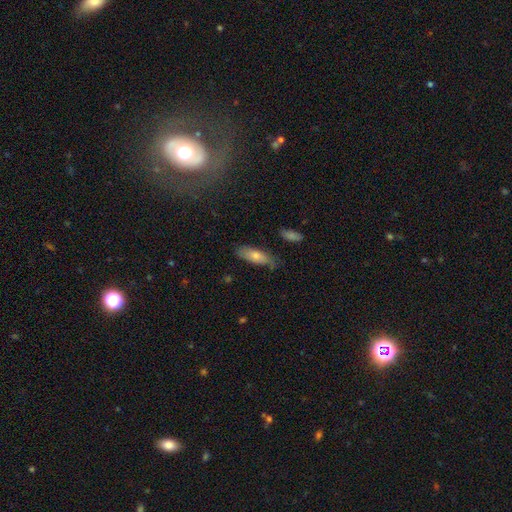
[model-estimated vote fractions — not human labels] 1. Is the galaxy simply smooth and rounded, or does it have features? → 63% smooth, 28% featured or disk, 9% star or artifact.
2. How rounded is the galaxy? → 53% in between, 44% cigar-shaped, 2% round.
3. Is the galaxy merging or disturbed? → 69% none, 23% minor disturbance, 5% major disturbance, 2% merger.